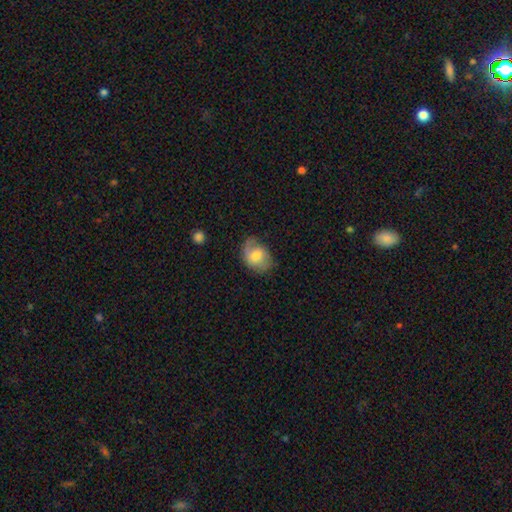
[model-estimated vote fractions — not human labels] Smooth or featured? smooth (55%)
How rounded? in between (61%)
Merging? none (58%)